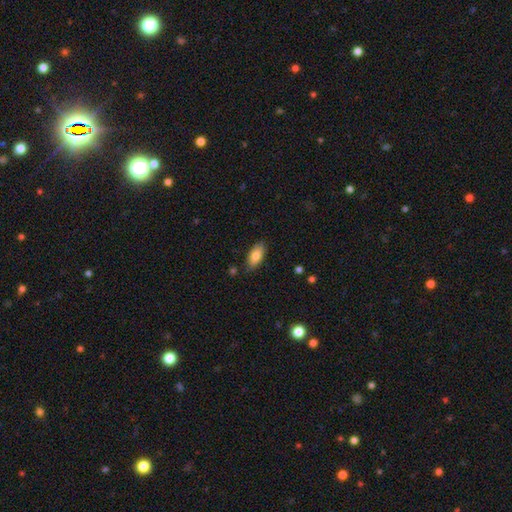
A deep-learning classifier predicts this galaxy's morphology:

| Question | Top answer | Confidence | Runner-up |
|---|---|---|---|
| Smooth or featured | smooth | 82% | featured or disk (11%) |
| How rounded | in between | 88% | cigar-shaped (9%) |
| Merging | none | 83% | minor disturbance (13%) |